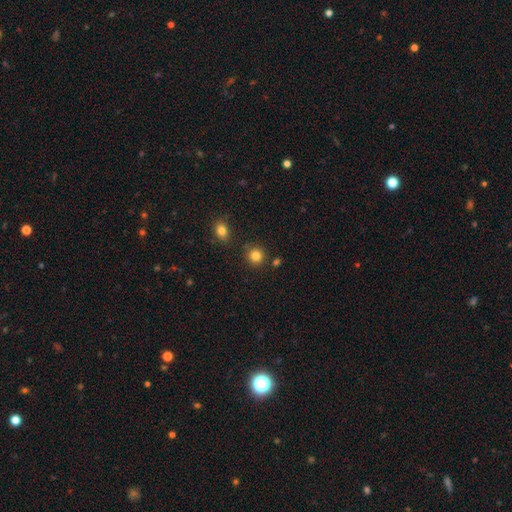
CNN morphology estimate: A smooth galaxy with no disk features (84%) that is round (90%). Merging: none (84%).